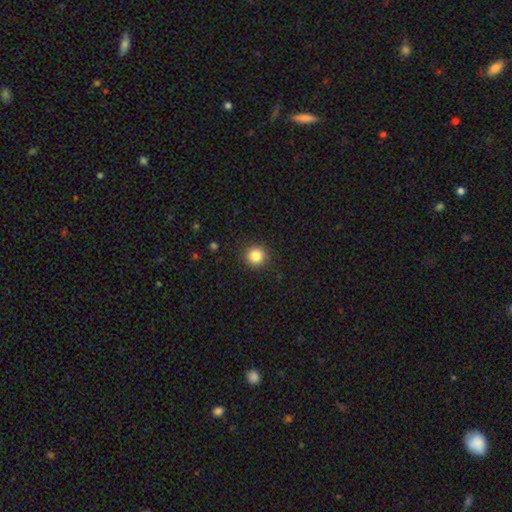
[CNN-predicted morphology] Smooth or featured: smooth — 85% (star or artifact — 11%)
How rounded: round — 94% (in between — 5%)
Merging: none — 91% (minor disturbance — 6%)